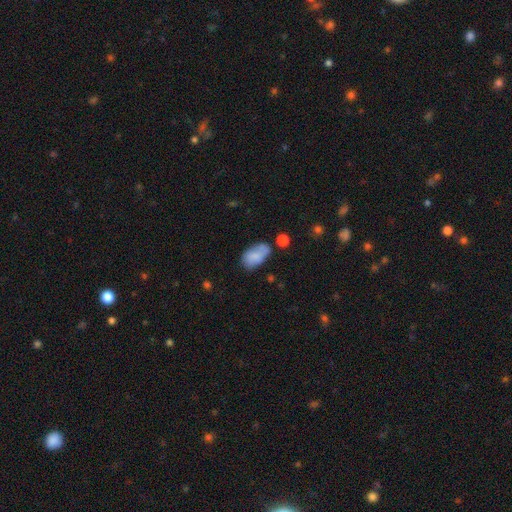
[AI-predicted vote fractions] A smooth galaxy with no disk features (76%) that is in between round and cigar-shaped (93%). Merging: none (49%).